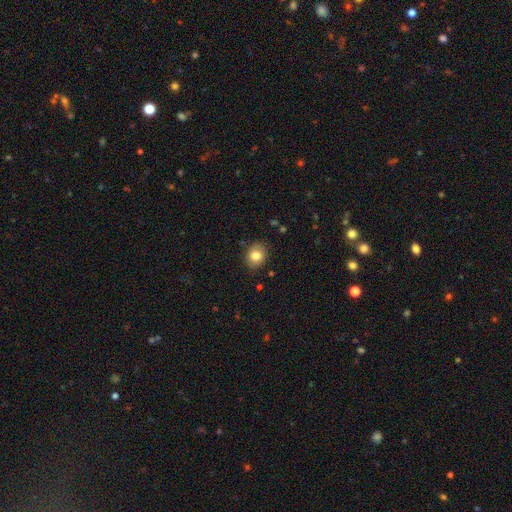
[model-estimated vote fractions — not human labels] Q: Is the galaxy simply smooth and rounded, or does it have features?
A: smooth — 82%.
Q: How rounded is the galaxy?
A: round — 57%.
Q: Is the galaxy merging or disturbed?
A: none — 84%.